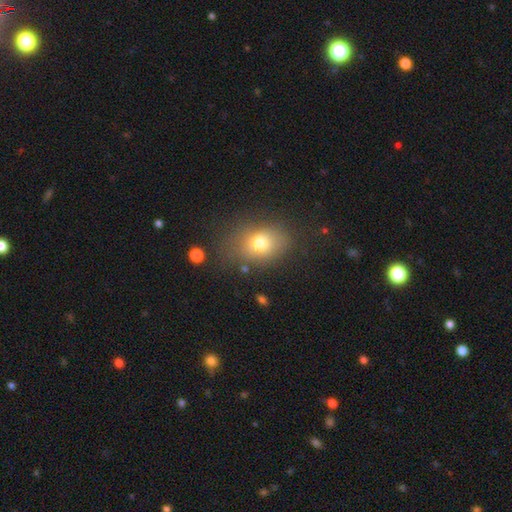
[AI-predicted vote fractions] Smooth or featured: smooth — 66% (star or artifact — 23%)
How rounded: in between — 62% (round — 37%)
Merging: none — 84% (minor disturbance — 10%)